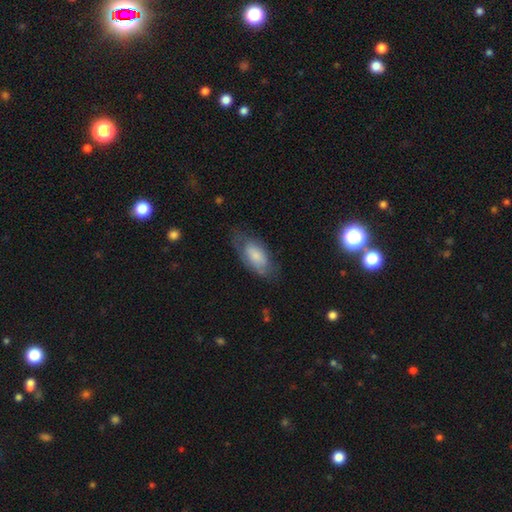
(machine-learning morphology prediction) This is likely a smooth galaxy (66%). How rounded: clearly in between (90%). Merging: possibly none (55%).